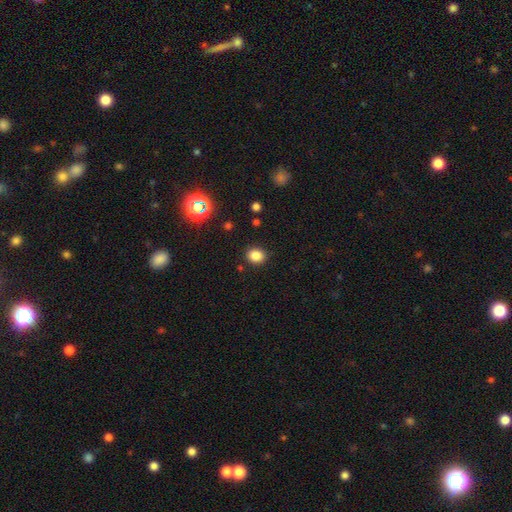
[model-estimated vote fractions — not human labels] Smooth or featured? smooth (83%)
How rounded? round (66%)
Merging? none (88%)